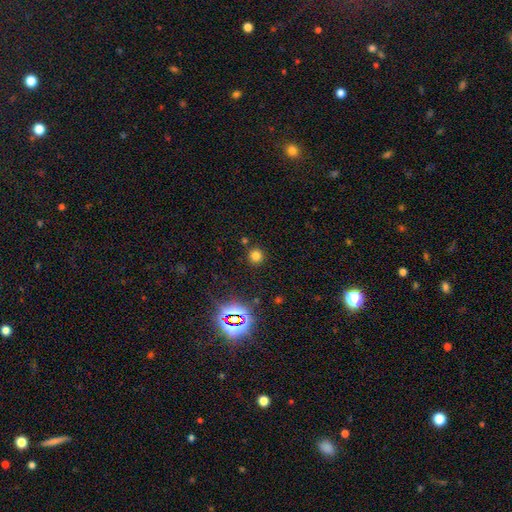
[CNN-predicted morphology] A smooth galaxy with no disk features (73%) that is round (93%). Merging: none (86%).